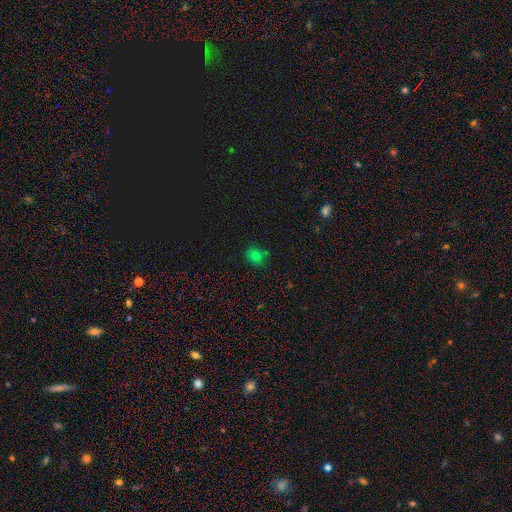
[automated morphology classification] This is likely a smooth galaxy (74%). How rounded: likely round (61%). Merging: likely none (76%).